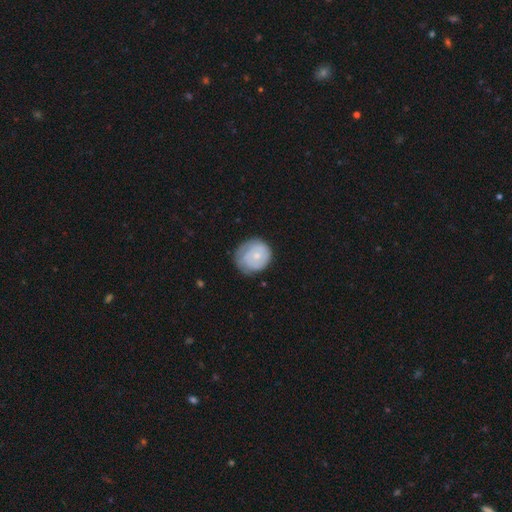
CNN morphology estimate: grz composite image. It shows a smooth galaxy with no disk features (54%) that is round (84%). Merging: none (63%).